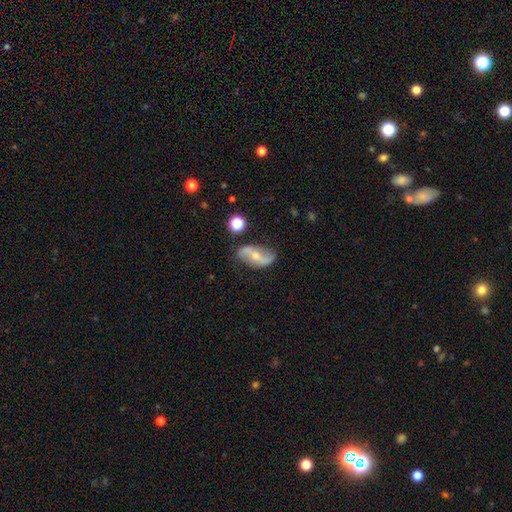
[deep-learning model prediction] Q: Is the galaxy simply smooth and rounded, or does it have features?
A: featured or disk — 75%.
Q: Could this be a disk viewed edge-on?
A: no — 93%.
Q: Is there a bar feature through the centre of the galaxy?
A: no — 39%.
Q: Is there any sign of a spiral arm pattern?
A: yes — 88%.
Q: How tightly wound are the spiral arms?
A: loose — 77%.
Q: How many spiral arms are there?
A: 2 — 91%.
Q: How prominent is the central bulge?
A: small — 51%.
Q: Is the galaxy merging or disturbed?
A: none — 75%.